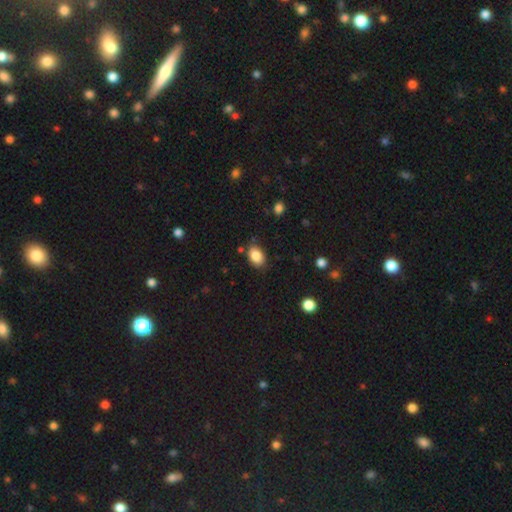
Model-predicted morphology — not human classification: smooth_or_featured: smooth (p=0.87) [alt: star or artifact p=0.08]
how_rounded: in between (p=0.83) [alt: round p=0.16]
merging: none (p=0.81) [alt: minor disturbance p=0.13]